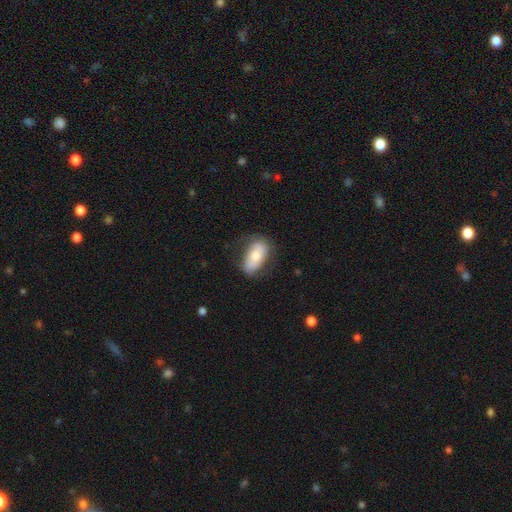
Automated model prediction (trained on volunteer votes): Smooth or featured? smooth (65%)
How rounded? in between (91%)
Merging? none (64%)